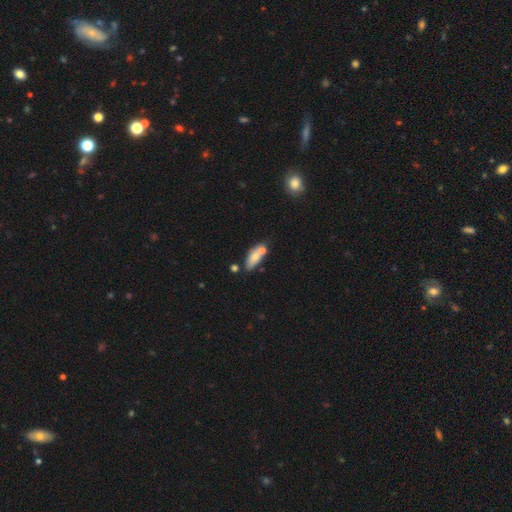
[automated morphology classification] Smooth or featured?
  - smooth: 73% *
  - featured or disk: 20%
  - star or artifact: 8%
How rounded?
  - in between: 71% *
  - cigar-shaped: 25%
  - round: 3%
Merging?
  - none: 53% *
  - merger: 24%
  - minor disturbance: 18%
  - major disturbance: 5%